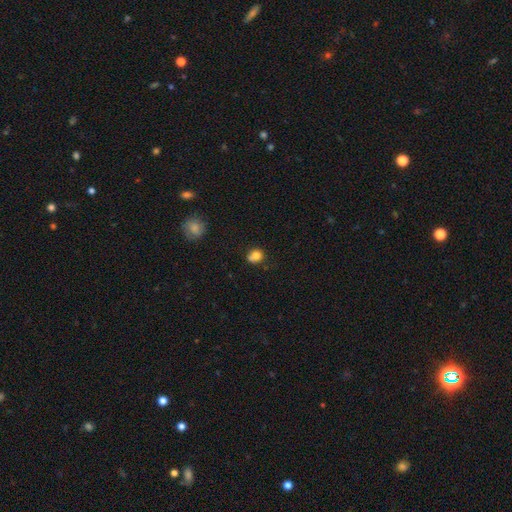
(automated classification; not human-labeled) Smooth or featured: smooth — 79% (star or artifact — 11%)
How rounded: round — 70% (in between — 29%)
Merging: none — 52% (minor disturbance — 23%)